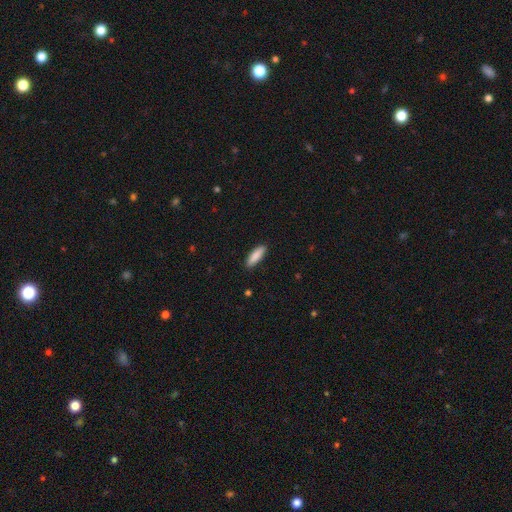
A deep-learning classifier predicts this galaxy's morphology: A smooth galaxy with no disk features (87%) that is cigar-shaped (58%).

Vote fractions:
- Smooth or featured? smooth: 87% / featured or disk: 7% / star or artifact: 6%
- How rounded? cigar-shaped: 58% / in between: 41% / round: 1%
- Merging? none: 90% / minor disturbance: 7% / major disturbance: 2% / merger: 1%